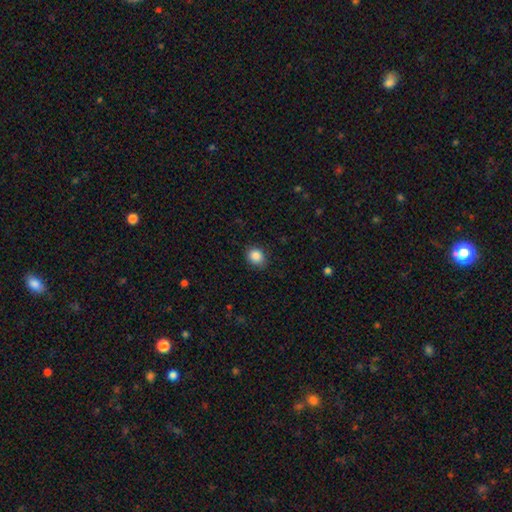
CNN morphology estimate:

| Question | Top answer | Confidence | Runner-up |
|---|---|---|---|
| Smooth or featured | smooth | 88% | star or artifact (9%) |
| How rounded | round | 55% | in between (45%) |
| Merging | none | 82% | minor disturbance (14%) |